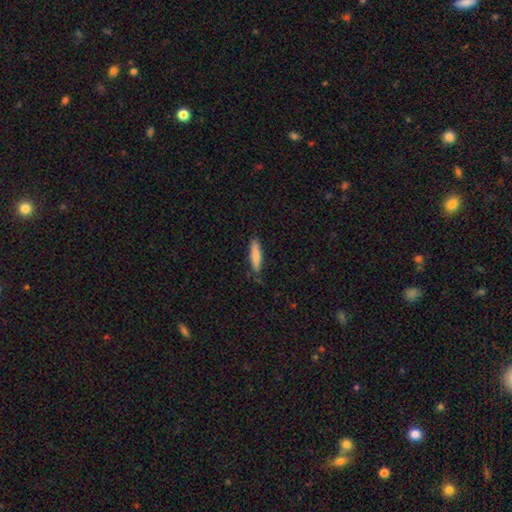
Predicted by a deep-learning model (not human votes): Morphology: type=smooth (81%); roundness=cigar-shaped (81%); merging=none (83%).